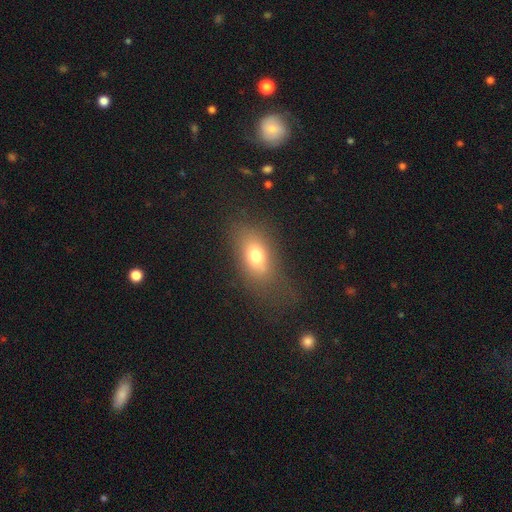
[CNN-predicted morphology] Q: Smooth or featured?
A: smooth (72%); runner-up: featured or disk (16%)
Q: How rounded?
A: in between (82%); runner-up: round (13%)
Q: Merging?
A: none (61%); runner-up: minor disturbance (20%)